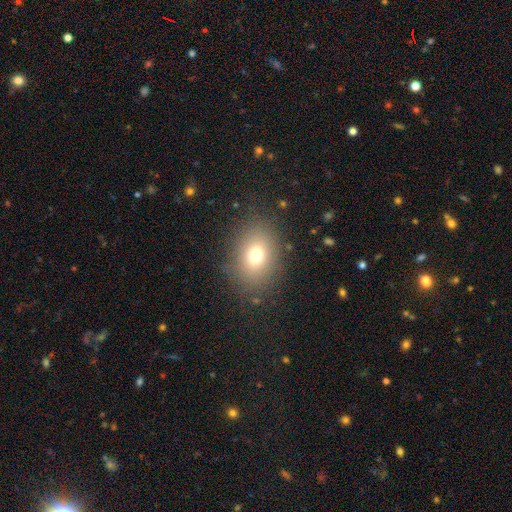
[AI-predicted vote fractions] smooth_or_featured: smooth (p=0.73) [alt: star or artifact p=0.15]
how_rounded: in between (p=0.61) [alt: round p=0.38]
merging: none (p=0.83) [alt: minor disturbance p=0.11]